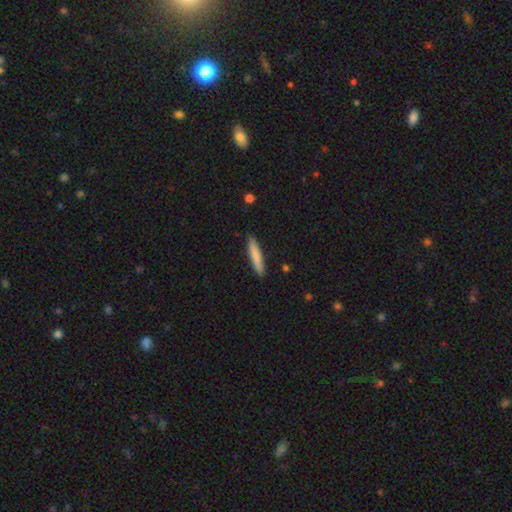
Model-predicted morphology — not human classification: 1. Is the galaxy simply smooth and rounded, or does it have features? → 79% smooth, 15% featured or disk, 6% star or artifact.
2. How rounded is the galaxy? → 91% cigar-shaped, 8% in between, 1% round.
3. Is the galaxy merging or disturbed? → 89% none, 8% minor disturbance, 2% major disturbance, 1% merger.